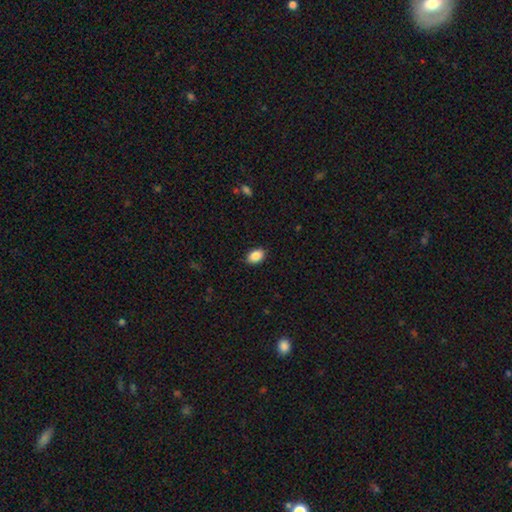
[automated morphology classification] Q: Smooth or featured?
A: smooth (88%); runner-up: star or artifact (8%)
Q: How rounded?
A: in between (83%); runner-up: round (15%)
Q: Merging?
A: none (89%); runner-up: minor disturbance (9%)